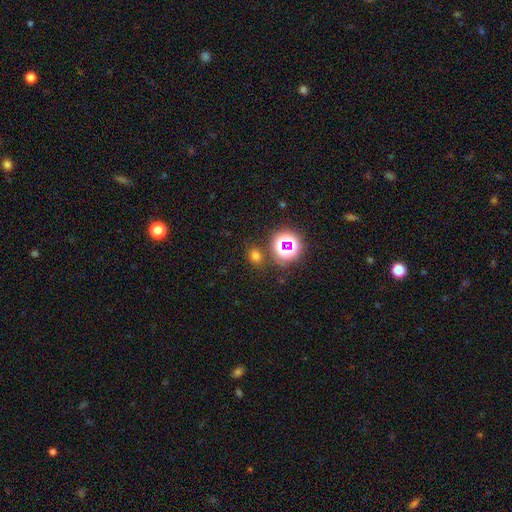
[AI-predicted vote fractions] Overall: smooth (64%; star or artifact 30%). How rounded: round (56%; in between 42%). Merging: none (79%).